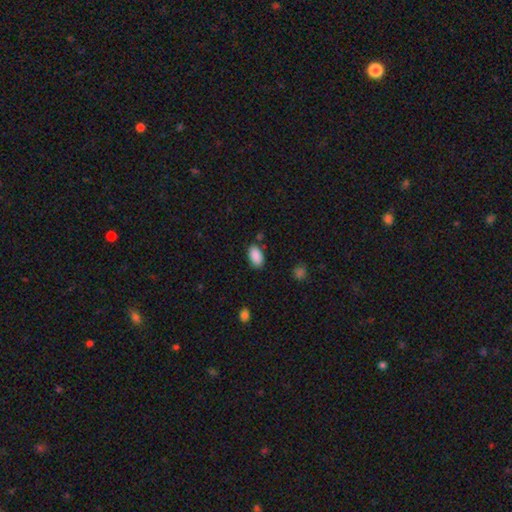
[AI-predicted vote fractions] Overall: smooth (89%). How rounded: in between (94%). Merging: none (81%).